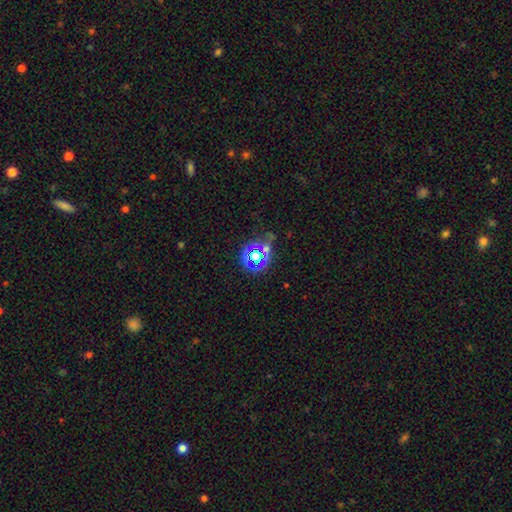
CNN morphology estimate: Overall: star or artifact (60%; smooth 27%).